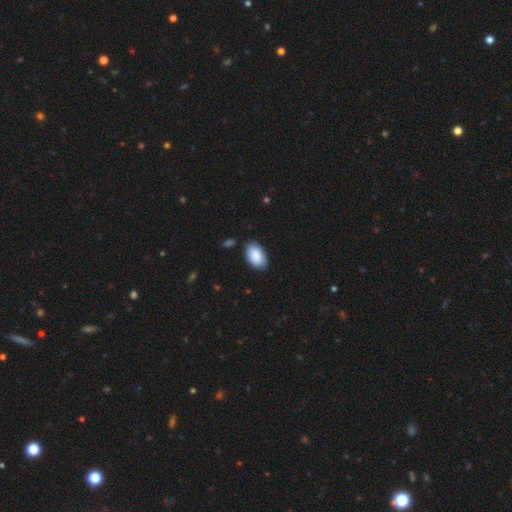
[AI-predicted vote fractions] smooth_or_featured: smooth (p=0.89) [alt: star or artifact p=0.06]
how_rounded: in between (p=0.95) [alt: round p=0.04]
merging: none (p=0.84) [alt: minor disturbance p=0.12]